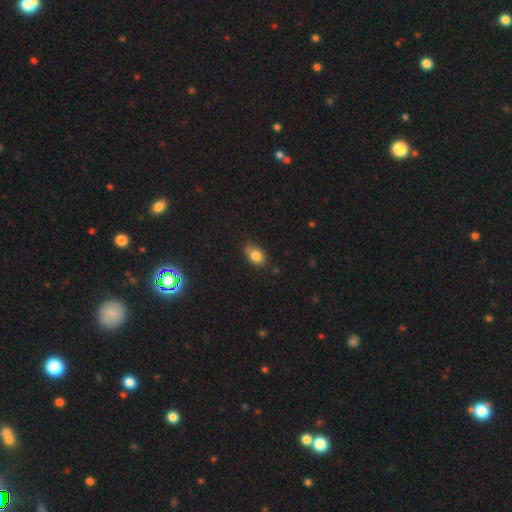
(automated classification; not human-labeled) smooth 81%, star or artifact 10%, featured or disk 9%. Down the decision tree: how rounded — in between (82%); merging — none (60%).